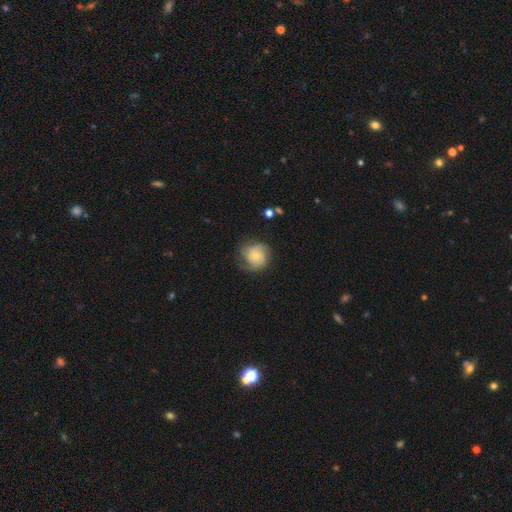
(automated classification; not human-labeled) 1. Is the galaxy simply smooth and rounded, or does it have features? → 46% featured or disk (tied), 46% smooth (tied), 8% star or artifact.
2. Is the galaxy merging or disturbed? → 57% none, 27% minor disturbance, 14% major disturbance, 2% merger.